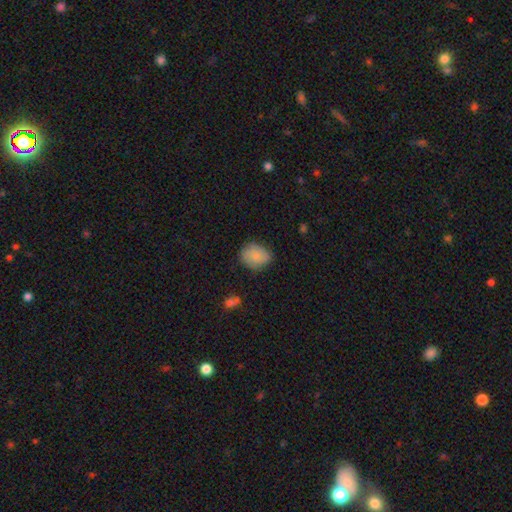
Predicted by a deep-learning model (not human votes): Smooth or featured?
  - smooth: 75% *
  - featured or disk: 17%
  - star or artifact: 8%
How rounded?
  - in between: 53% *
  - round: 46%
  - cigar-shaped: 1%
Merging?
  - none: 71% *
  - minor disturbance: 23%
  - major disturbance: 5%
  - merger: 2%